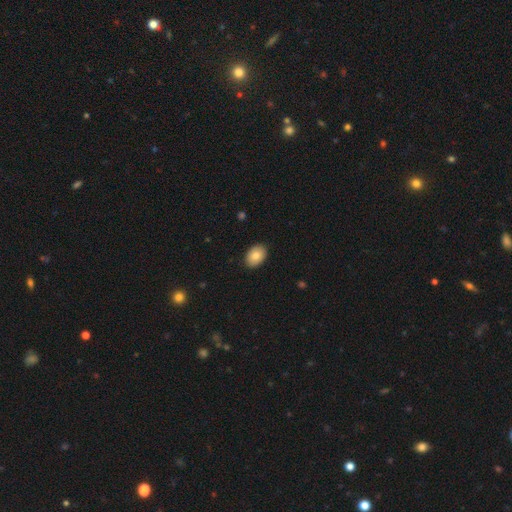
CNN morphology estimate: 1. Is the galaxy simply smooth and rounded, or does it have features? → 84% smooth, 9% featured or disk, 7% star or artifact.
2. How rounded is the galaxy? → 84% in between, 15% round, 1% cigar-shaped.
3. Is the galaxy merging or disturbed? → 89% none, 9% minor disturbance, 2% major disturbance, 1% merger.